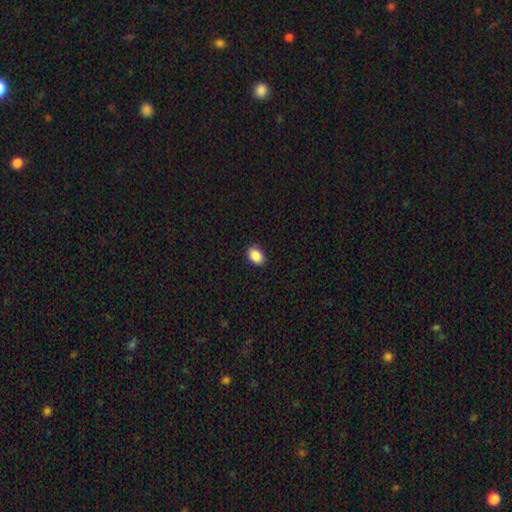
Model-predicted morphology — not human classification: Smooth or featured: smooth — 89% (star or artifact — 8%)
How rounded: in between — 72% (round — 27%)
Merging: none — 88% (minor disturbance — 9%)